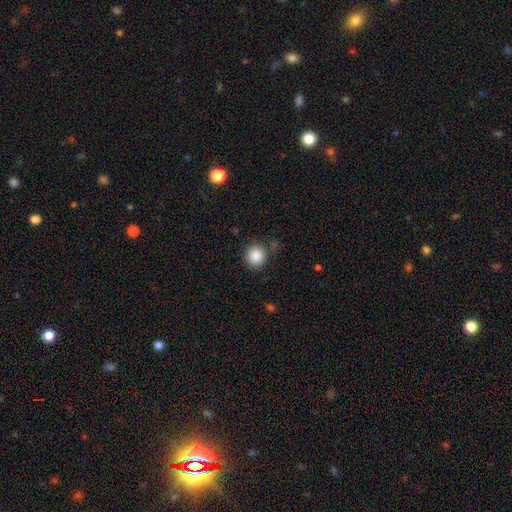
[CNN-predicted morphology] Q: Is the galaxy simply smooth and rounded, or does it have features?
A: smooth — 85%.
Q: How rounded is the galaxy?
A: round — 87%.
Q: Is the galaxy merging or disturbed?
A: none — 83%.